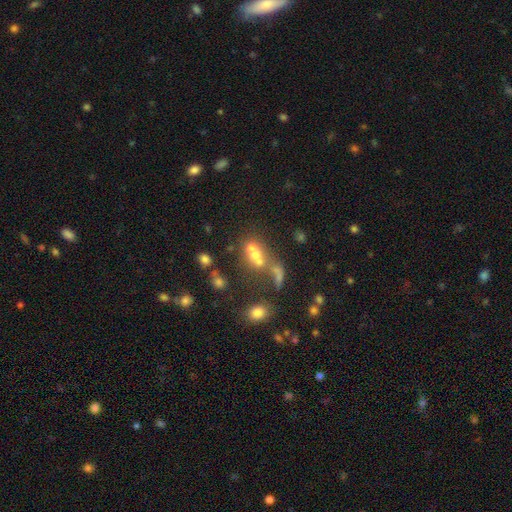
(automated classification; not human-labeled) smooth 51%, featured or disk 29%, star or artifact 20%. Down the decision tree: how rounded — round (62%); merging — merger (59%).